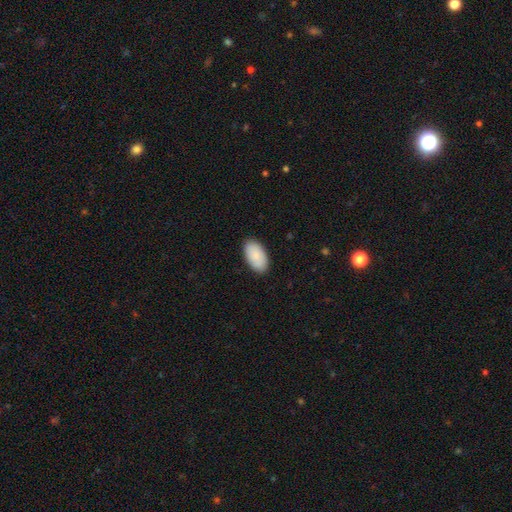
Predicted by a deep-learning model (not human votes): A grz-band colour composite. It shows a smooth galaxy with no disk features (89%) that is in between round and cigar-shaped (96%). Merging: none (87%).